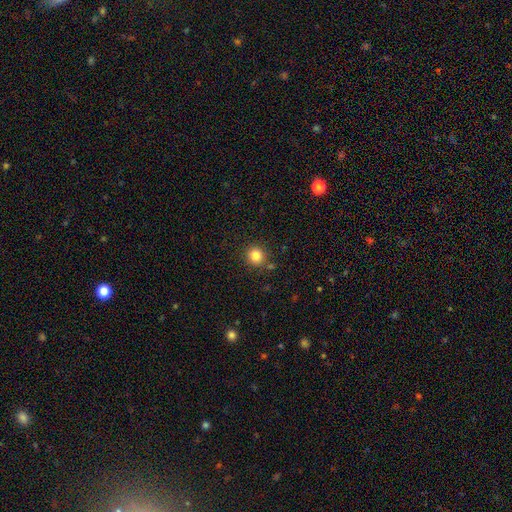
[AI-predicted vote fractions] This appears to be a smooth galaxy with no disk features (83%) that is round (92%). Merging: none (86%).